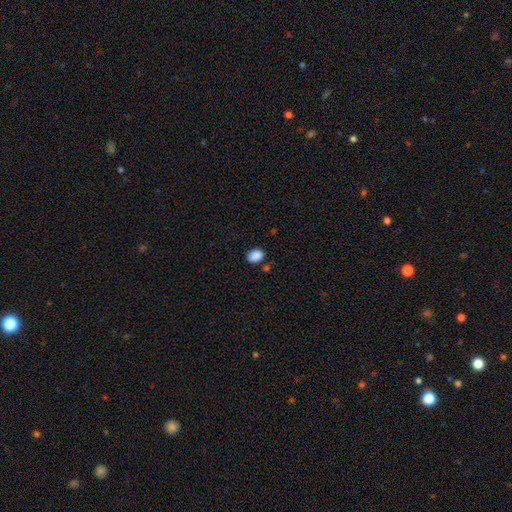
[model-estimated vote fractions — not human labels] Q: Smooth or featured?
A: smooth (89%); runner-up: star or artifact (8%)
Q: How rounded?
A: in between (70%); runner-up: round (29%)
Q: Merging?
A: none (82%); runner-up: minor disturbance (11%)